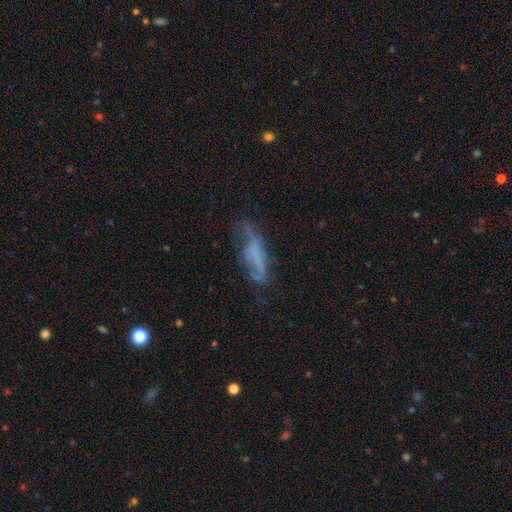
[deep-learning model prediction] Smooth or featured: featured or disk — 47% (smooth — 39%)
Merging: none — 38% (major disturbance — 30%)